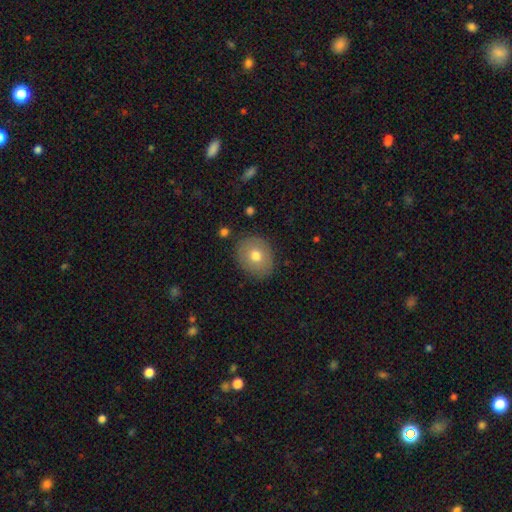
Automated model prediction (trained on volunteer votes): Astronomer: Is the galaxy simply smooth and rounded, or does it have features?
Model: smooth — 69%.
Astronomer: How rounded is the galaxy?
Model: round — 59% (runner-up: in between, 40%).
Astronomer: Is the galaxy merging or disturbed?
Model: none — 85%.